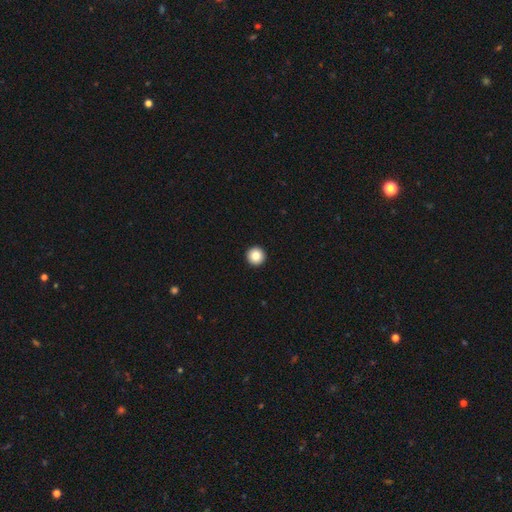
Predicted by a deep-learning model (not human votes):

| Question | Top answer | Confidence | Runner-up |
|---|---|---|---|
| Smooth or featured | smooth | 85% | star or artifact (9%) |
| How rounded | round | 97% | in between (2%) |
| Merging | none | 95% | minor disturbance (3%) |